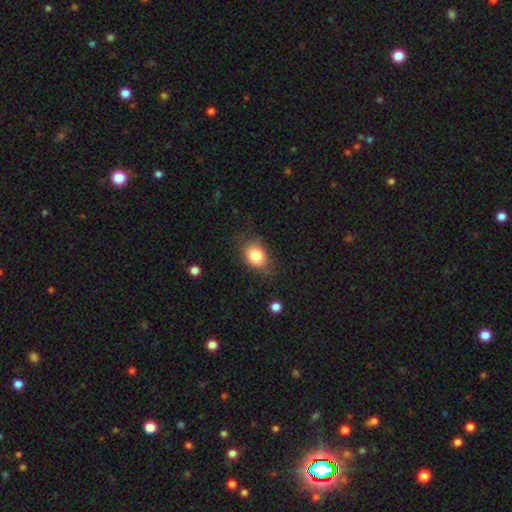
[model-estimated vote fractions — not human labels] Q: Smooth or featured?
A: smooth (81%); runner-up: featured or disk (9%)
Q: How rounded?
A: in between (58%); runner-up: round (41%)
Q: Merging?
A: none (69%); runner-up: minor disturbance (23%)